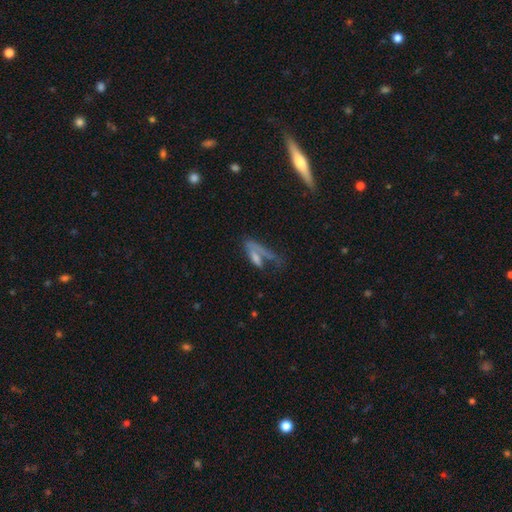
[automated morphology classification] This appears to be a smooth galaxy with no disk features (64%) that is cigar-shaped (53%). Merging: none (35%).